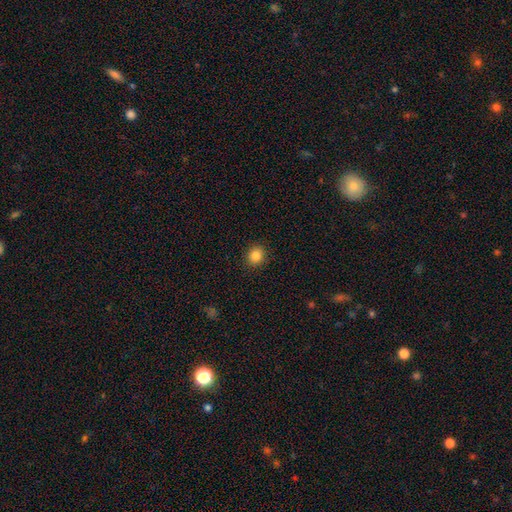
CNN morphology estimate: Smooth or featured?
  - smooth: 85% *
  - star or artifact: 11%
  - featured or disk: 4%
How rounded?
  - round: 79% *
  - in between: 20%
  - cigar-shaped: 1%
Merging?
  - none: 91% *
  - minor disturbance: 6%
  - major disturbance: 2%
  - merger: 1%